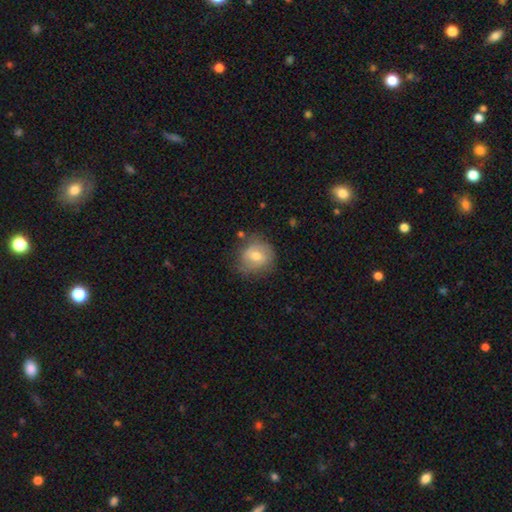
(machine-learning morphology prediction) Smooth or featured? smooth (61%)
How rounded? round (77%)
Merging? none (66%)